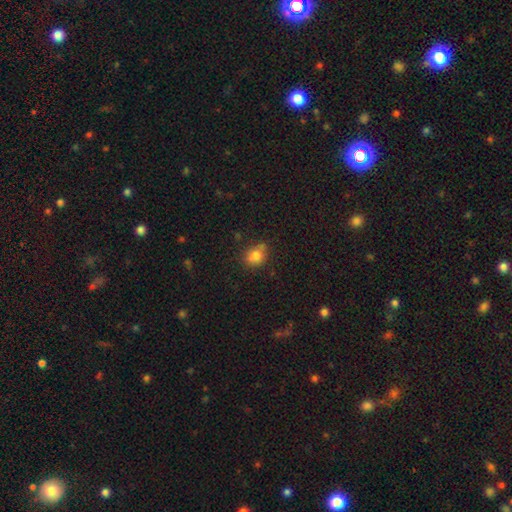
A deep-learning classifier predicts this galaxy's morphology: smooth 78%, star or artifact 12%, featured or disk 11%. Down the decision tree: how rounded — round (56%); merging — none (64%).